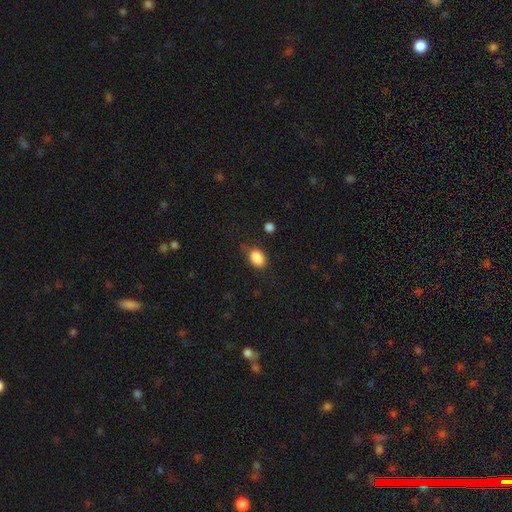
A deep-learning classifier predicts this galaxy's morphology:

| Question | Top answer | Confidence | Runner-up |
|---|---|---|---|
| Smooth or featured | smooth | 87% | star or artifact (9%) |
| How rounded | in between | 80% | round (19%) |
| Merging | none | 68% | minor disturbance (23%) |